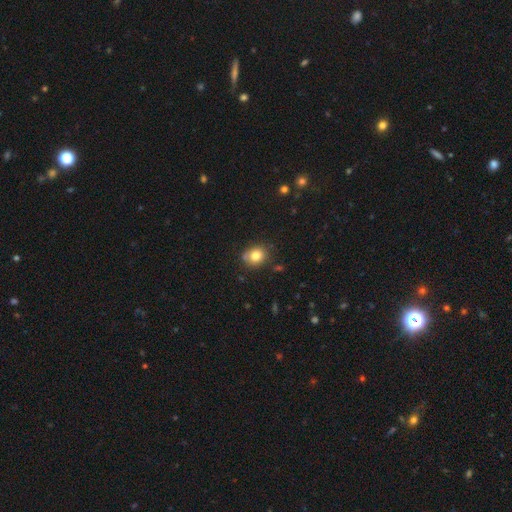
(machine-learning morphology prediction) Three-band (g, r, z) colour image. It shows a smooth galaxy with no disk features (80%) that is round (72%). Merging: none (76%).